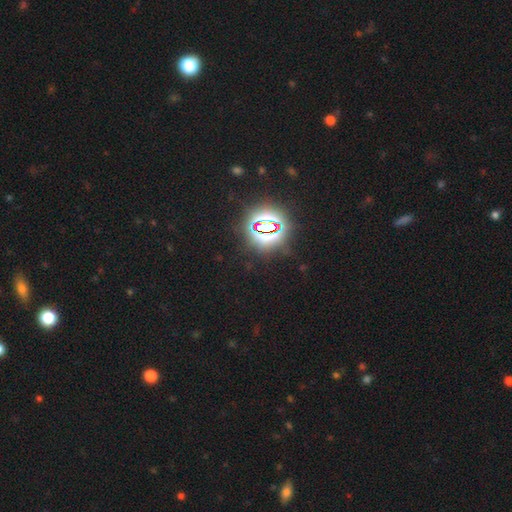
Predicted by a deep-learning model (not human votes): Smooth or featured? star or artifact (83%)